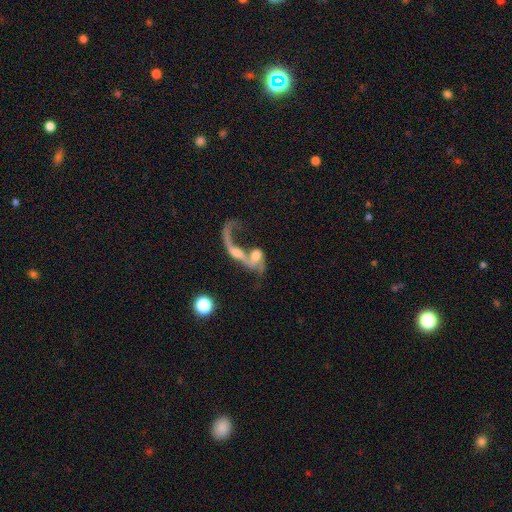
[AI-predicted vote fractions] Q: Smooth or featured?
A: featured or disk (63%); runner-up: smooth (27%)
Q: Edge-on disk?
A: no (92%); runner-up: yes (8%)
Q: Bar?
A: no (67%); runner-up: weak (24%)
Q: Spiral arms?
A: yes (63%); runner-up: no (37%)
Q: Bulge size?
A: moderate (40%); runner-up: small (21%)
Q: Merging?
A: merger (66%); runner-up: major disturbance (19%)